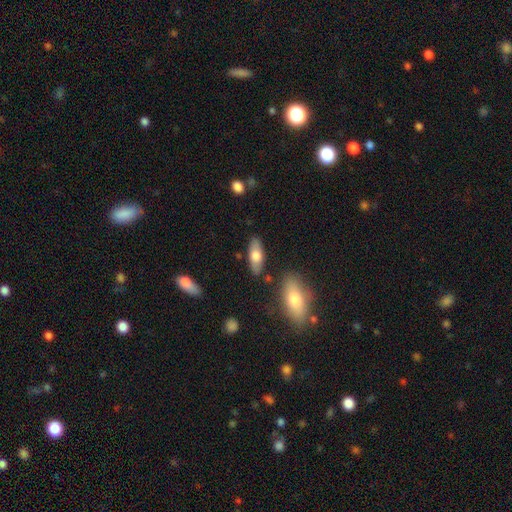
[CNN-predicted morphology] smooth-or-featured: smooth: 69% | featured or disk: 25% | star or artifact: 6%
  how-rounded: in between: 79% | cigar-shaped: 19% | round: 3%
  merging: none: 84% | minor disturbance: 10% | merger: 4% | major disturbance: 2%